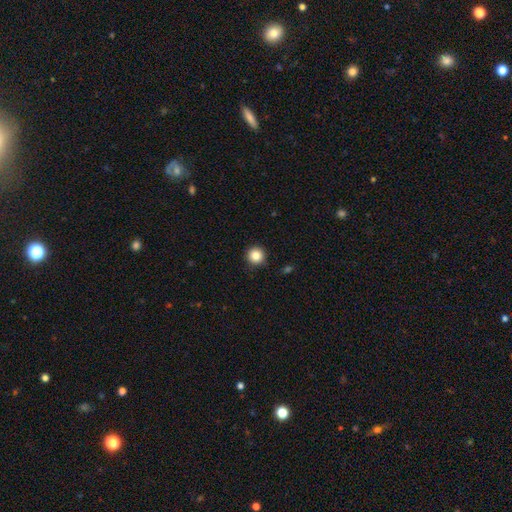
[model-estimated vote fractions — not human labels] Q: Smooth or featured?
A: smooth (85%); runner-up: star or artifact (10%)
Q: How rounded?
A: round (95%); runner-up: in between (4%)
Q: Merging?
A: none (91%); runner-up: minor disturbance (6%)